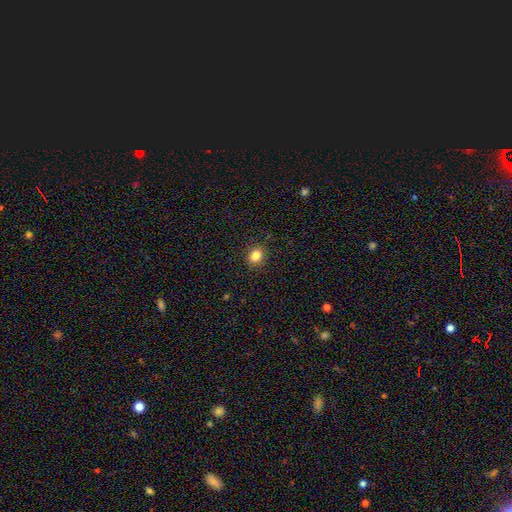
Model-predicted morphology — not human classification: A smooth galaxy with no disk features (84%) that is round (57%). Merging: none (89%).